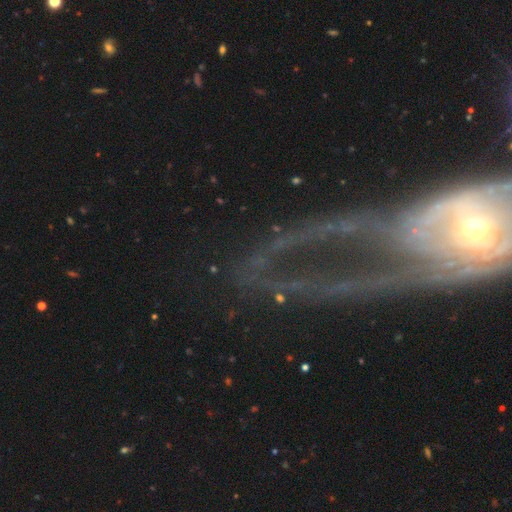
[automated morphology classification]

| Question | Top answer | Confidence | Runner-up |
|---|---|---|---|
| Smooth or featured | featured or disk | 74% | star or artifact (14%) |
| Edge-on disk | no | 83% | yes (17%) |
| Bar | no | 50% | strong (26%) |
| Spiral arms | yes | 65% | no (35%) |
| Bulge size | moderate | 44% | small (42%) |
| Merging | none | 50% | major disturbance (30%) |